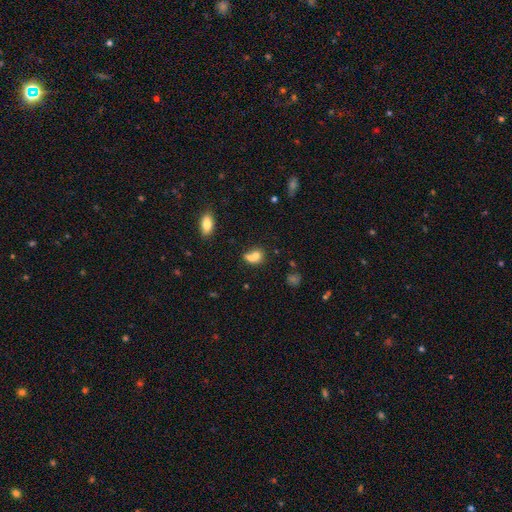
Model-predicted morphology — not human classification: type=smooth (71%); roundness=round (57%); merging=merger (59%).